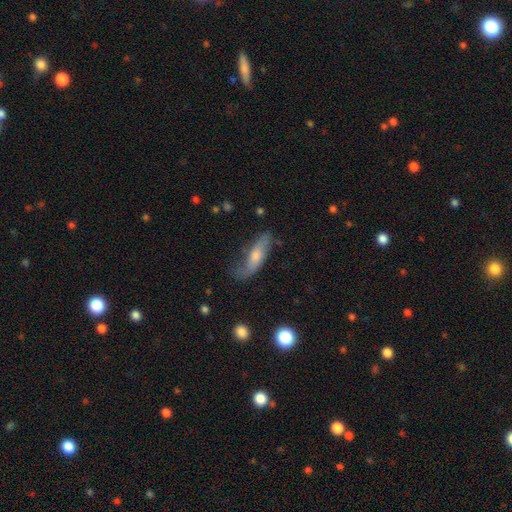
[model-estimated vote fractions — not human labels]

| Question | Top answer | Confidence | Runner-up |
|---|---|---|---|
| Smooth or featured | featured or disk | 47% | smooth (46%) |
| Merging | none | 54% | minor disturbance (29%) |